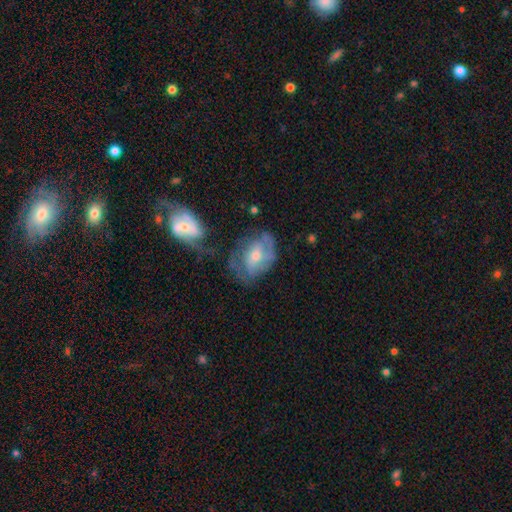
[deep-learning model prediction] A featured or disk galaxy (70%) with no bar (56%), tight (43%) spiral arms (81%) and a moderate central bulge (54%). Merging: none (45%).